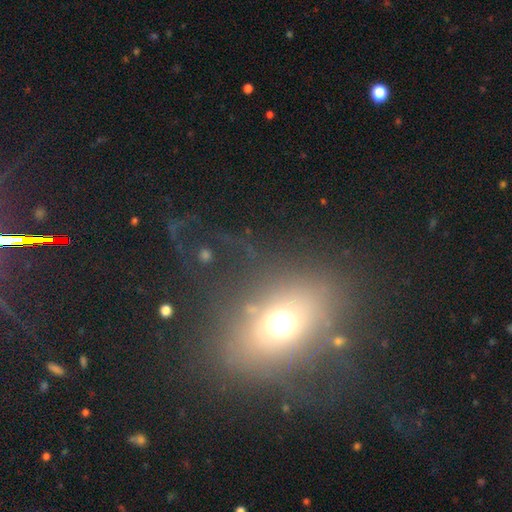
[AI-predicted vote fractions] smooth 47%, featured or disk 27%, star or artifact 26%. Down the decision tree: merging — none (66%).